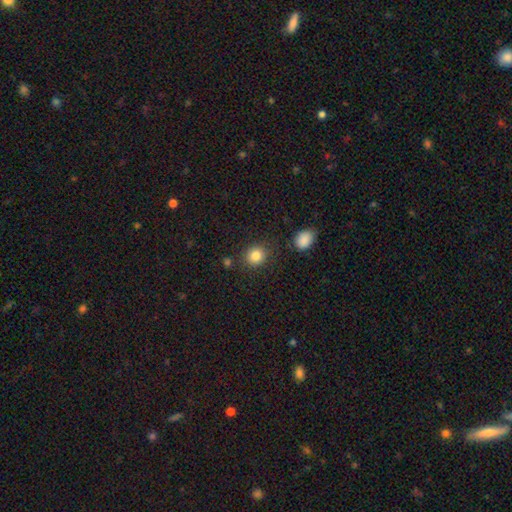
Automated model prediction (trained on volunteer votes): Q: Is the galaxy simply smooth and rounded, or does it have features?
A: smooth — 85%.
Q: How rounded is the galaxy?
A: round — 79%.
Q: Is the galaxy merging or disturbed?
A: none — 82%.